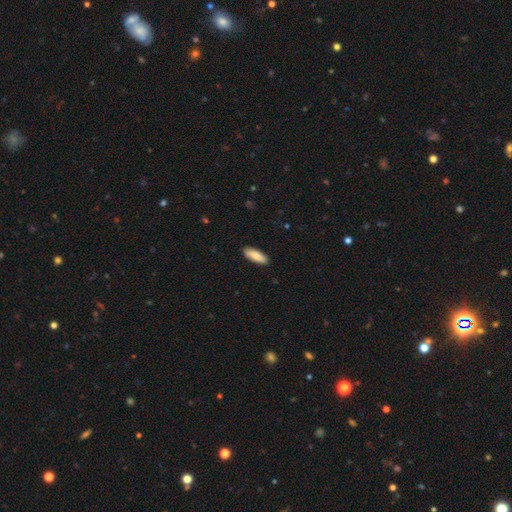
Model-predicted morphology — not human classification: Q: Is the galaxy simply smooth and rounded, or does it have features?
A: smooth — 86%.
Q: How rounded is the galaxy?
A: in between — 62%.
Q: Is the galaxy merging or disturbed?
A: none — 90%.